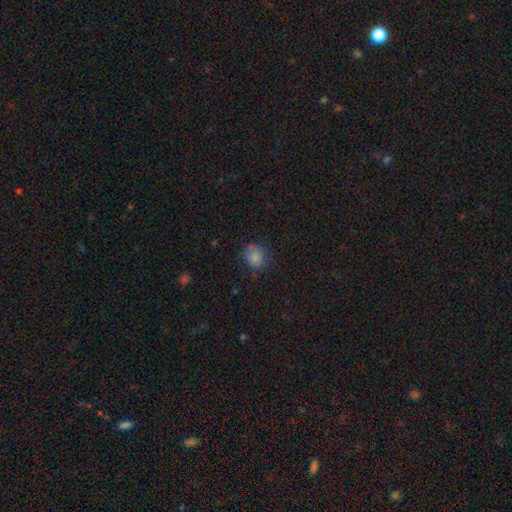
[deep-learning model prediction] A smooth galaxy with no disk features (82%) that is round (67%).

Vote fractions:
- Smooth or featured? smooth: 82% / star or artifact: 11% / featured or disk: 8%
- How rounded? round: 67% / in between: 33% / cigar-shaped: 1%
- Merging? none: 69% / minor disturbance: 22% / major disturbance: 7% / merger: 2%